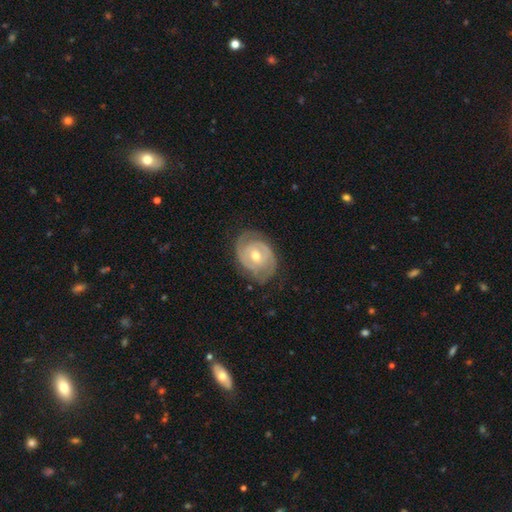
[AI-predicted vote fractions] Overall: featured or disk (82%). Edge-on disk: no (97%). Bar: no (60%; weak 32%). Spiral arms: yes (90%). Spiral arm count: 2 (71%). Spiral winding: tight (66%; medium 27%). Bulge size: moderate (70%). Merging: none (73%).